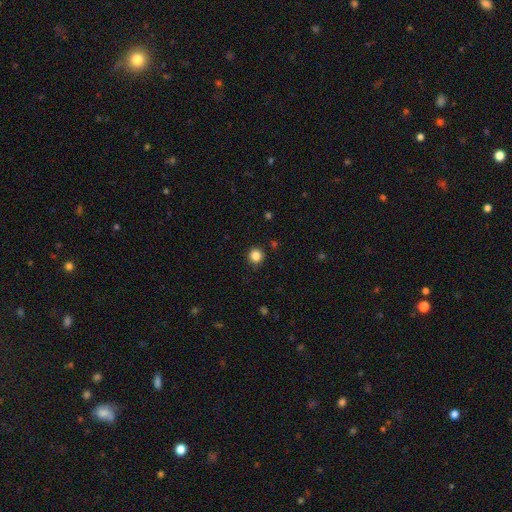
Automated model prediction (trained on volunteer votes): Smooth or featured? smooth (85%)
How rounded? round (93%)
Merging? none (90%)